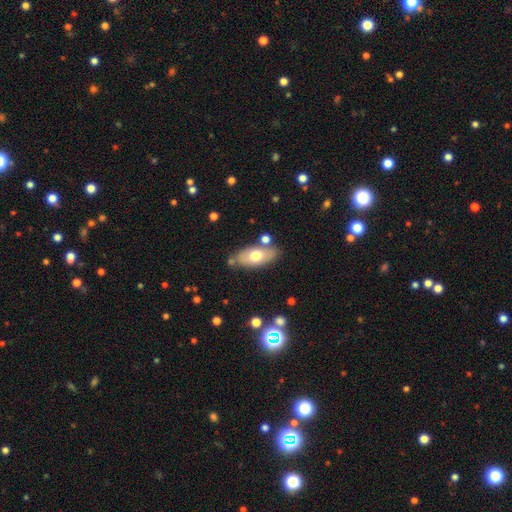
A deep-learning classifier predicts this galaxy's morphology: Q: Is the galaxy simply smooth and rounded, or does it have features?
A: smooth — 64%.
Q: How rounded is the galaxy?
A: in between — 88%.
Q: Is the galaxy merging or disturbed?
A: none — 74%.